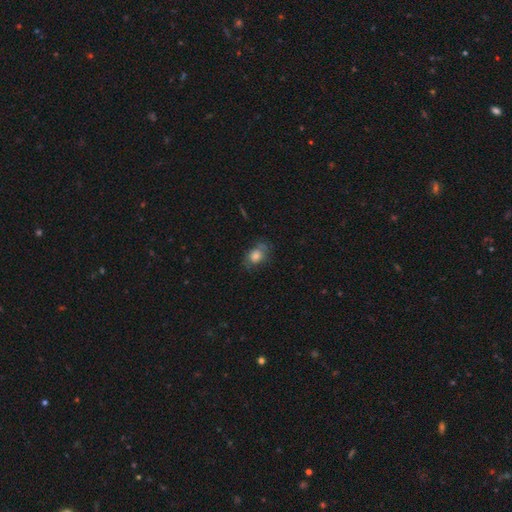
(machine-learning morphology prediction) Q: Smooth or featured?
A: smooth (72%); runner-up: featured or disk (17%)
Q: How rounded?
A: in between (63%); runner-up: round (35%)
Q: Merging?
A: none (60%); runner-up: minor disturbance (26%)